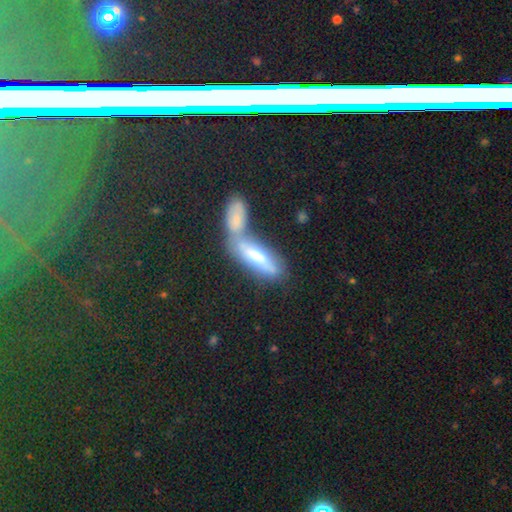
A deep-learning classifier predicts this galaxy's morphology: Overall: smooth (55%; featured or disk 37%). How rounded: cigar-shaped (53%; in between 45%). Merging: merger (54%; none 29%).